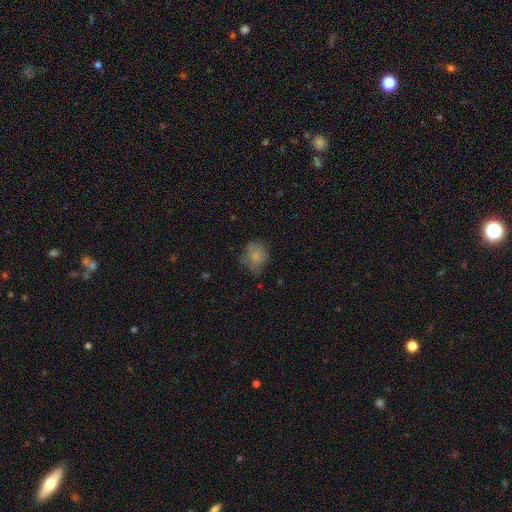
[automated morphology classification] Overall: smooth (78%). How rounded: round (66%; in between 33%). Merging: none (56%; minor disturbance 32%).